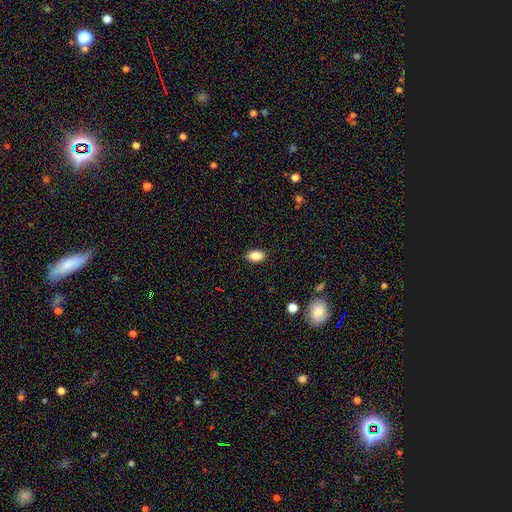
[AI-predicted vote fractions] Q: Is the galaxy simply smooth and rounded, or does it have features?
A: smooth — 86%.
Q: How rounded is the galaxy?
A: in between — 90%.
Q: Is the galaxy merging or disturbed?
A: none — 88%.